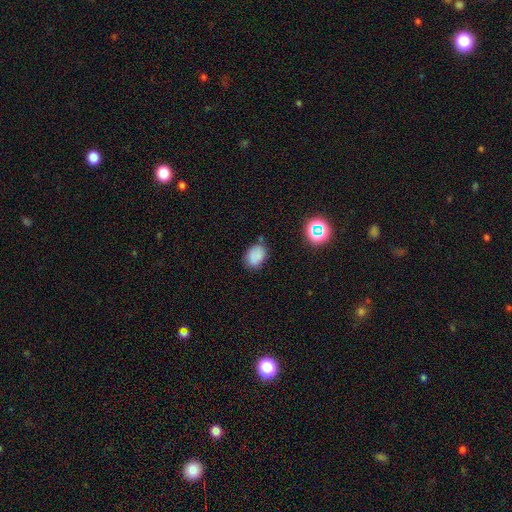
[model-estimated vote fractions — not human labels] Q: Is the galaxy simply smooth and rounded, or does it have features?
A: smooth — 79%.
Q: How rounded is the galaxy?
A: in between — 75%.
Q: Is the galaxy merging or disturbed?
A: none — 73%.